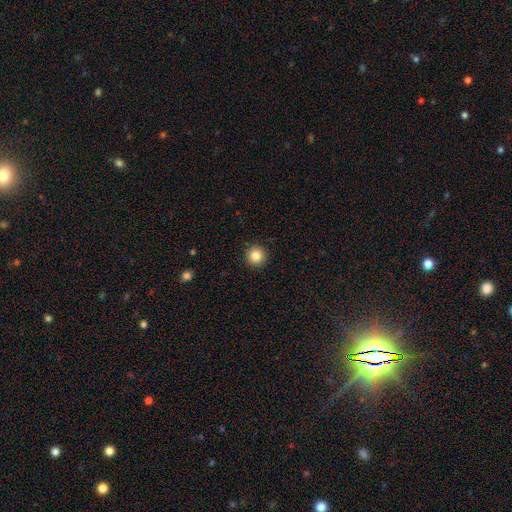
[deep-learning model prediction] This is clearly a smooth galaxy (85%). How rounded: clearly round (95%). Merging: clearly none (93%).